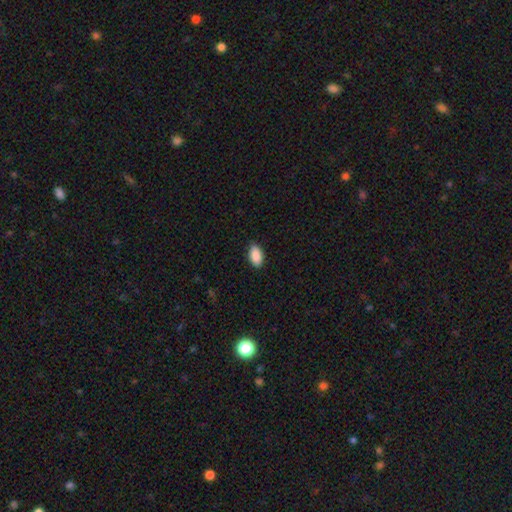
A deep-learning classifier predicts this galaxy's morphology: Overall: smooth (90%). How rounded: in between (94%). Merging: none (86%).